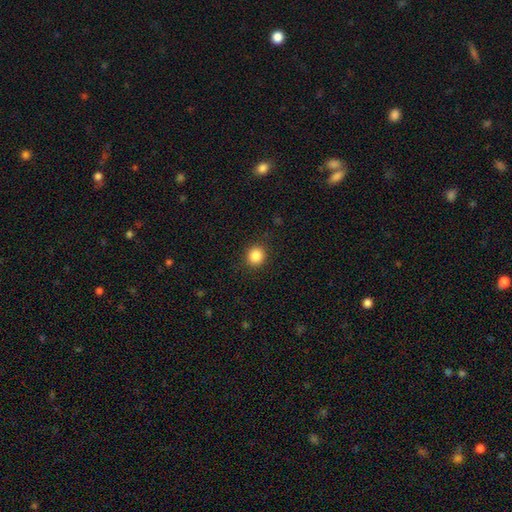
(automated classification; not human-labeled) Smooth or featured: smooth — 86% (star or artifact — 10%)
How rounded: round — 86% (in between — 13%)
Merging: none — 90% (minor disturbance — 7%)